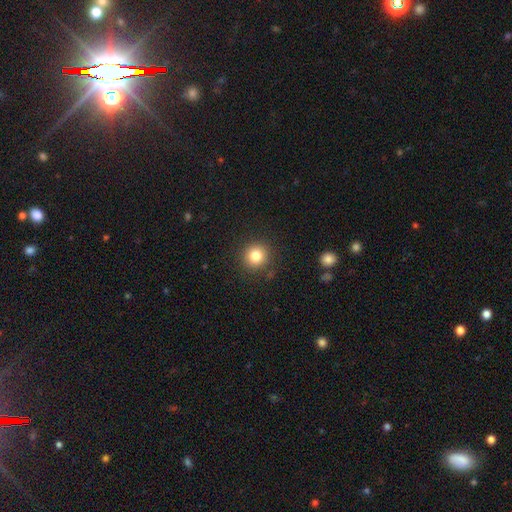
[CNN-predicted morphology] Smooth or featured? smooth (82%)
How rounded? round (92%)
Merging? none (89%)